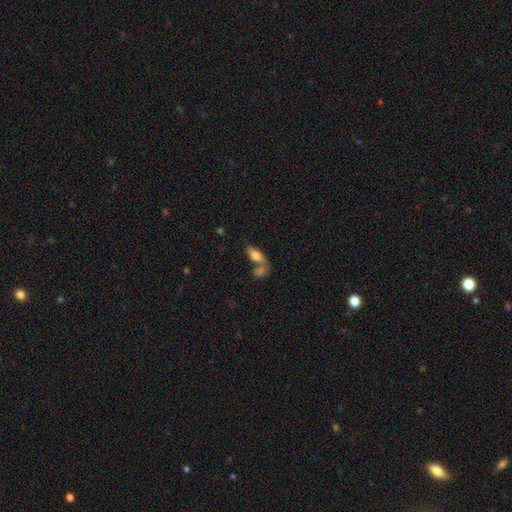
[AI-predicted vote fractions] Morphology: type=smooth (70%); roundness=in between (81%); merging=merger (49%).